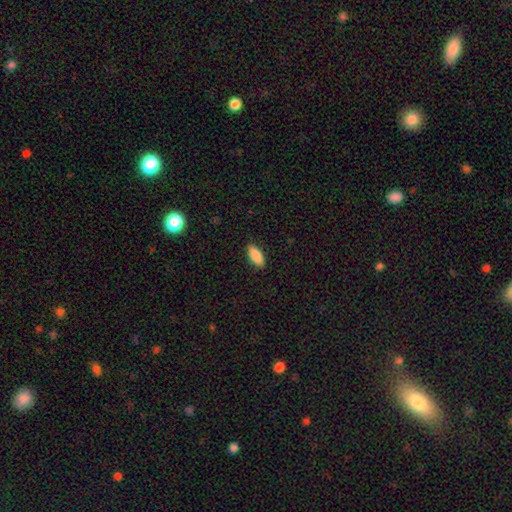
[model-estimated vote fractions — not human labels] Smooth or featured?
  - smooth: 88% *
  - star or artifact: 6%
  - featured or disk: 6%
How rounded?
  - in between: 85% *
  - cigar-shaped: 13%
  - round: 2%
Merging?
  - none: 89% *
  - minor disturbance: 8%
  - major disturbance: 2%
  - merger: 1%